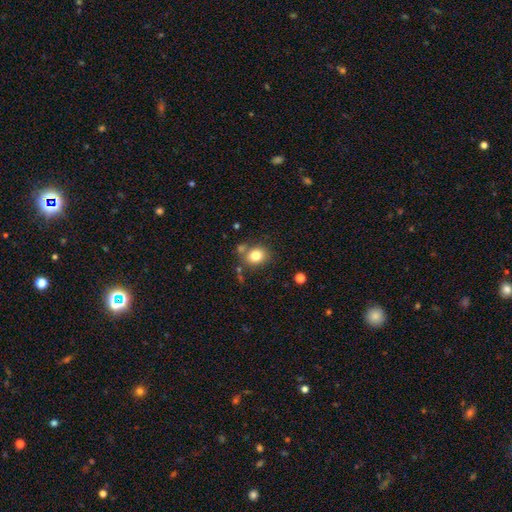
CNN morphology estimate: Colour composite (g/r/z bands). It shows a smooth galaxy with no disk features (80%) that is round (62%). Merging: none (70%).